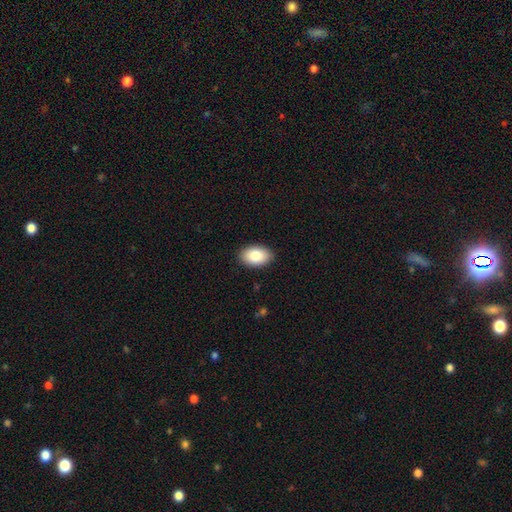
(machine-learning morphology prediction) Smooth or featured: smooth — 86% (featured or disk — 7%)
How rounded: in between — 92% (round — 7%)
Merging: none — 89% (minor disturbance — 8%)